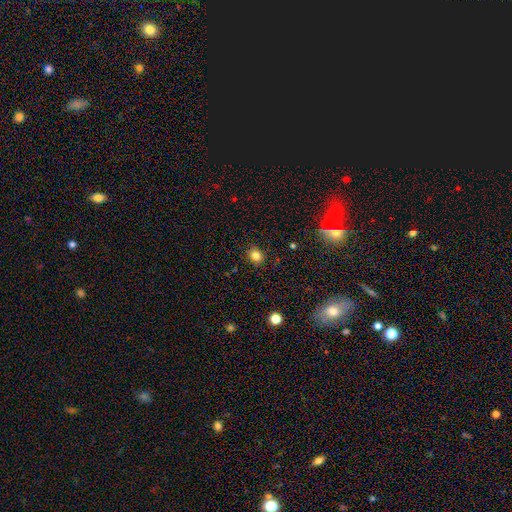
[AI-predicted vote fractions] smooth 81%, star or artifact 13%, featured or disk 6%. Down the decision tree: how rounded — round (66%); merging — none (85%).